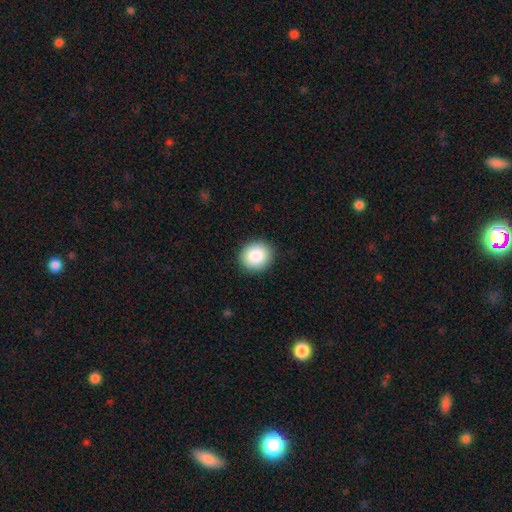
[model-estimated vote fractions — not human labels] Q: Smooth or featured?
A: smooth (87%); runner-up: star or artifact (8%)
Q: How rounded?
A: round (79%); runner-up: in between (20%)
Q: Merging?
A: none (91%); runner-up: minor disturbance (6%)